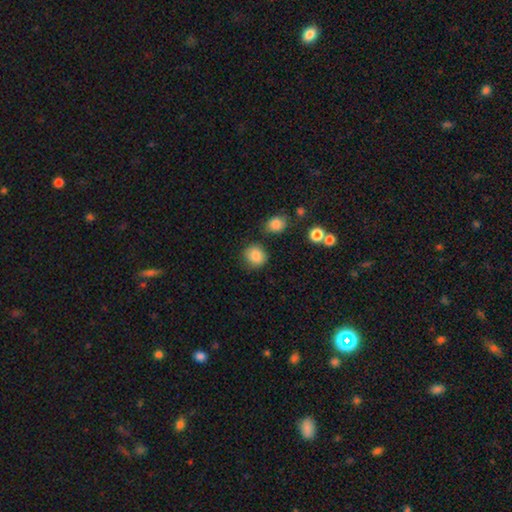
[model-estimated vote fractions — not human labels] Smooth or featured: smooth — 86% (star or artifact — 9%)
How rounded: round — 81% (in between — 18%)
Merging: none — 80% (minor disturbance — 12%)